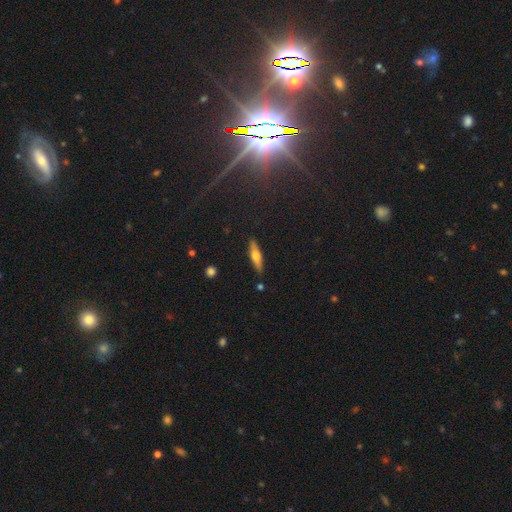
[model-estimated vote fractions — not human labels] Morphology: type=featured or disk (47%); merging=none (87%).